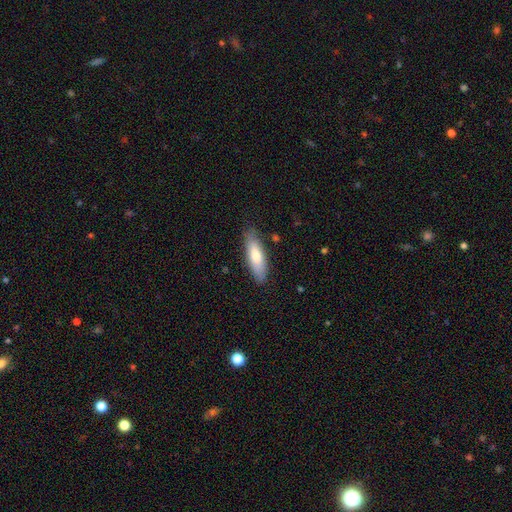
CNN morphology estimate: smooth 73%, featured or disk 21%, star or artifact 6%. Down the decision tree: how rounded — in between (51%); merging — none (82%).